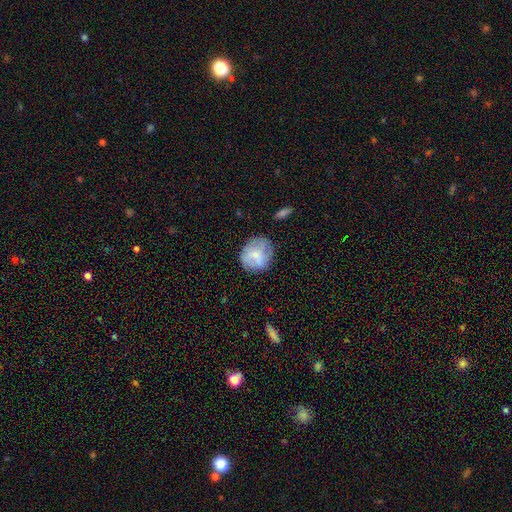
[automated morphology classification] This appears to be a smooth galaxy with no disk features (63%) that is round (83%). Merging: none (72%).